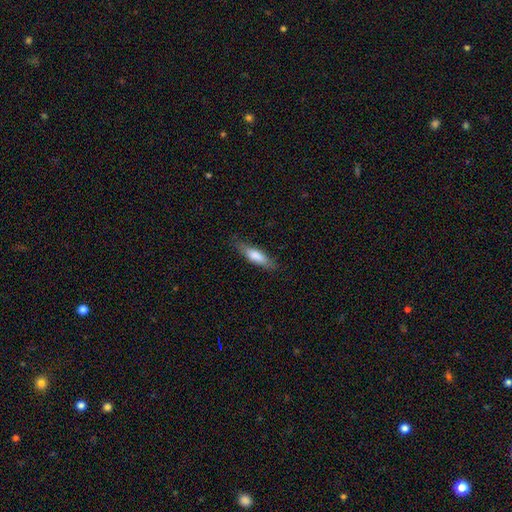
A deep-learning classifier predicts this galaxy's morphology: smooth 74%, featured or disk 20%, star or artifact 6%. Down the decision tree: how rounded — cigar-shaped (63%); merging — none (79%).